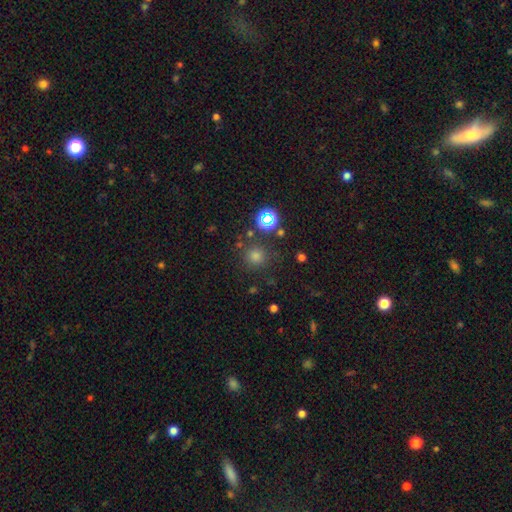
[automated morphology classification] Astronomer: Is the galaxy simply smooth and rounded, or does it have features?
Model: smooth — 67%.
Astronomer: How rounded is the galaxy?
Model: round — 94%.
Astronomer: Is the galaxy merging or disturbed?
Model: none — 82%.